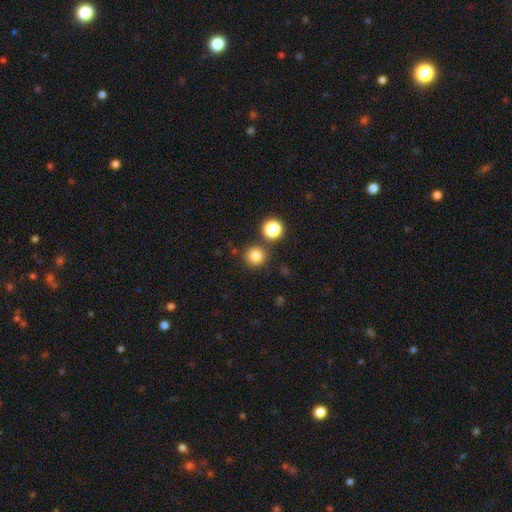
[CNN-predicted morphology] Overall: smooth (80%). How rounded: round (93%). Merging: none (82%).